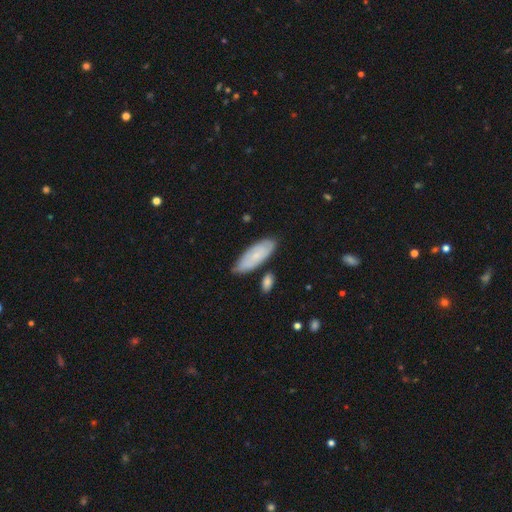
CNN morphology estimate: Q: Smooth or featured?
A: smooth (60%); runner-up: featured or disk (33%)
Q: How rounded?
A: in between (74%); runner-up: cigar-shaped (24%)
Q: Merging?
A: none (76%); runner-up: minor disturbance (17%)